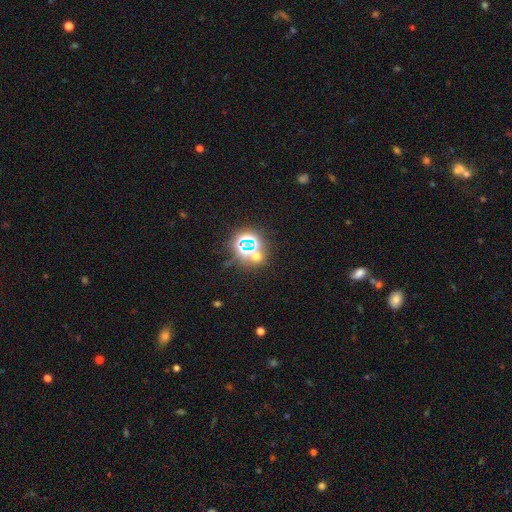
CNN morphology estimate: A star or artifact, not a galaxy (65%).

Vote fractions:
- Smooth or featured? star or artifact: 65% / smooth: 25% / featured or disk: 10%